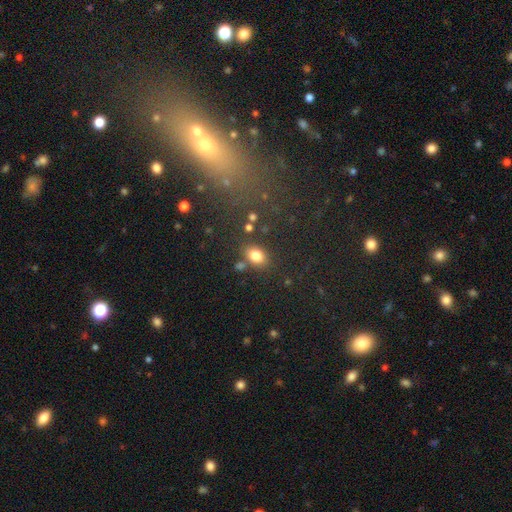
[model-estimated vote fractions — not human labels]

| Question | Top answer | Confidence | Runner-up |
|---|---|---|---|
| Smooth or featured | smooth | 81% | star or artifact (11%) |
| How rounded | in between | 71% | round (27%) |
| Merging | none | 74% | minor disturbance (13%) |